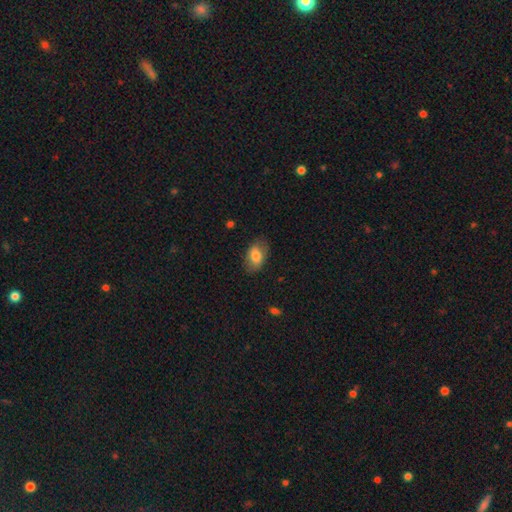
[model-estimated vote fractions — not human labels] A smooth galaxy with no disk features (76%) that is in between round and cigar-shaped (90%).

Vote fractions:
- Smooth or featured? smooth: 76% / featured or disk: 17% / star or artifact: 7%
- How rounded? in between: 90% / round: 9% / cigar-shaped: 1%
- Merging? none: 77% / minor disturbance: 16% / major disturbance: 5% / merger: 1%